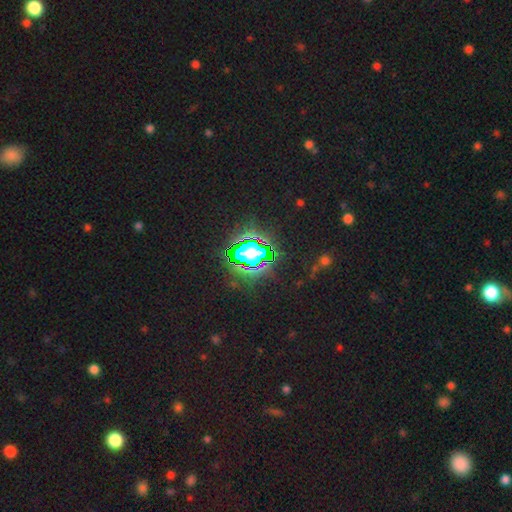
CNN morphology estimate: This appears to be a star or artifact, not a galaxy (74%).